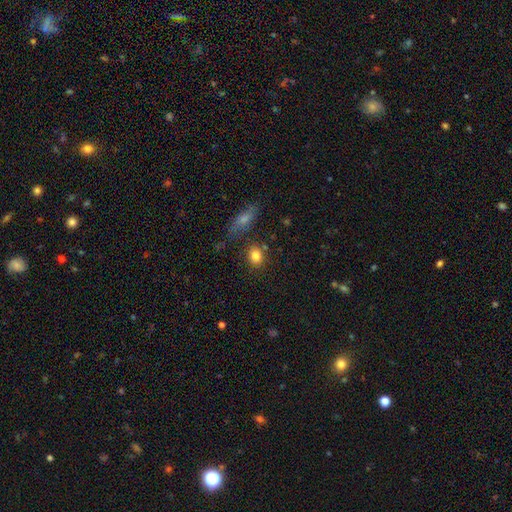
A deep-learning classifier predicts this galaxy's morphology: Smooth or featured?
  - smooth: 83% *
  - star or artifact: 10%
  - featured or disk: 7%
How rounded?
  - round: 59% *
  - in between: 39%
  - cigar-shaped: 2%
Merging?
  - none: 78% *
  - minor disturbance: 11%
  - merger: 7%
  - major disturbance: 4%